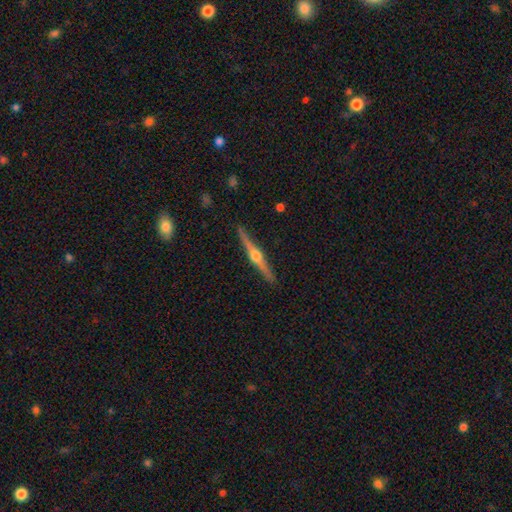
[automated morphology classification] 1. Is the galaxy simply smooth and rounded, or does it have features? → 84% featured or disk, 11% smooth, 5% star or artifact.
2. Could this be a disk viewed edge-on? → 98% yes, 2% no.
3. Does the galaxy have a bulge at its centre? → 95% rounded, 3% boxy, 2% none.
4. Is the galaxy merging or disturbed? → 91% none, 7% minor disturbance, 1% major disturbance, 1% merger.